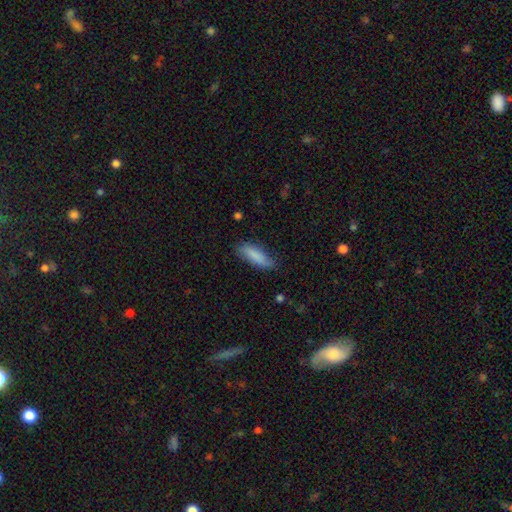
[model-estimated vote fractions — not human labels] smooth-or-featured: smooth: 85% | featured or disk: 9% | star or artifact: 6%
  how-rounded: in between: 56% | cigar-shaped: 43% | round: 2%
  merging: none: 71% | minor disturbance: 24% | major disturbance: 4% | merger: 2%